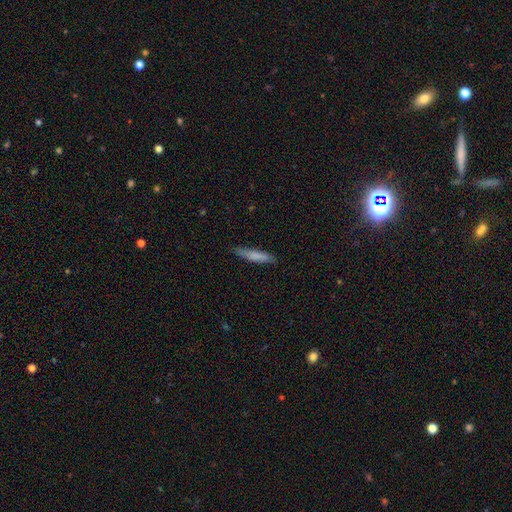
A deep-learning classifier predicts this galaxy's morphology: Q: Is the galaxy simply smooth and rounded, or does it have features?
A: smooth — 77%.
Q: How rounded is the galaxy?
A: cigar-shaped — 88%.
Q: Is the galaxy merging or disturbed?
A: none — 79%.